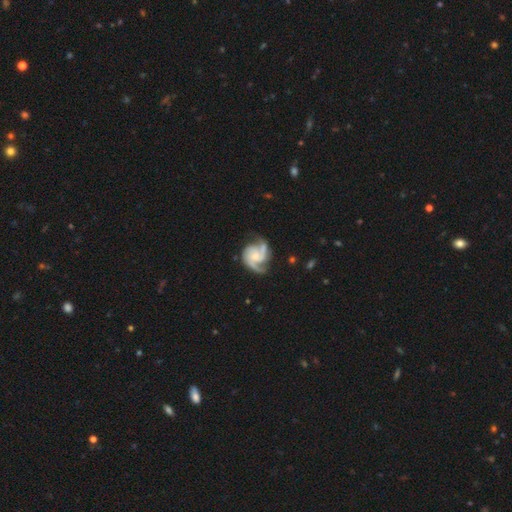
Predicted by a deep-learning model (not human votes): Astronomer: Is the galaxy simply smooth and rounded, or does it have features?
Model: featured or disk — 90%.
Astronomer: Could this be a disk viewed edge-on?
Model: no — 98%.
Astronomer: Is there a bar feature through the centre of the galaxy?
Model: no — 67%.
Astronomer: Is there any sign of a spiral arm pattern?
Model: yes — 98%.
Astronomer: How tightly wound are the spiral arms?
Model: medium — 52% (runner-up: tight, 33%).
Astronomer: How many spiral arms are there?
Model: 2 — 54% (runner-up: 3, 32%).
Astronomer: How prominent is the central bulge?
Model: small — 55% (runner-up: moderate, 35%).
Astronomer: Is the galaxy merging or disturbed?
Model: none — 66%.